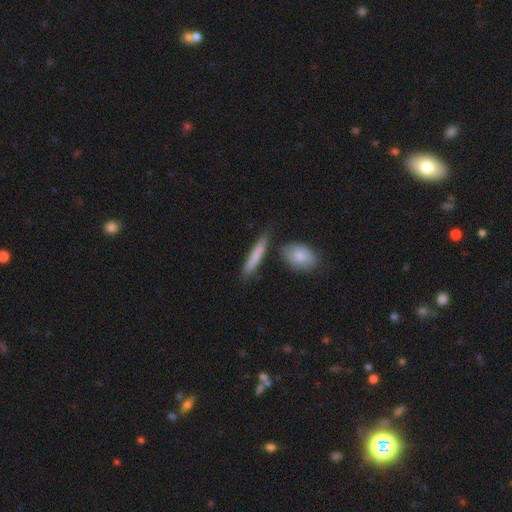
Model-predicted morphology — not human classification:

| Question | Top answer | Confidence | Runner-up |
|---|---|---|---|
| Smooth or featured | smooth | 74% | featured or disk (20%) |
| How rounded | cigar-shaped | 86% | in between (11%) |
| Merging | none | 75% | minor disturbance (13%) |